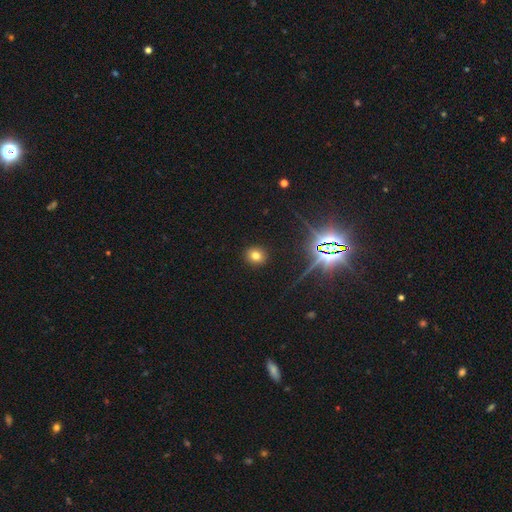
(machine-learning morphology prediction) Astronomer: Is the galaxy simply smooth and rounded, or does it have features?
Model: smooth — 71%.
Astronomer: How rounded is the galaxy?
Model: round — 78%.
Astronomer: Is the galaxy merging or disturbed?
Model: none — 91%.